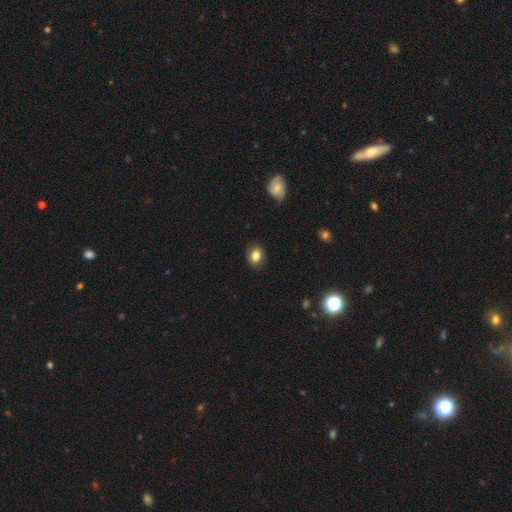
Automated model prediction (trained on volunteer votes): Morphology: type=smooth (82%); roundness=in between (59%); merging=none (84%).